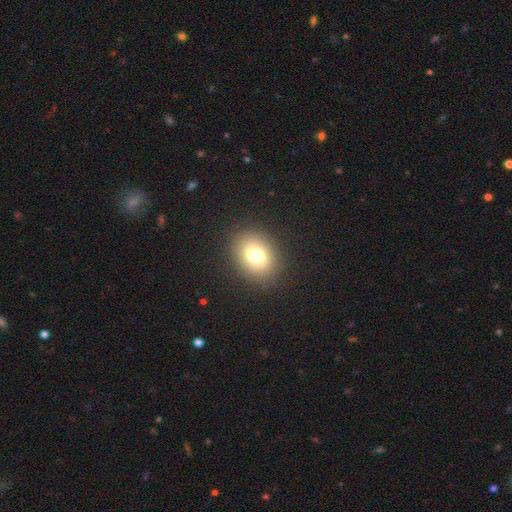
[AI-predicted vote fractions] This is likely a smooth galaxy (74%). How rounded: possibly in between (57%). Merging: clearly none (88%).